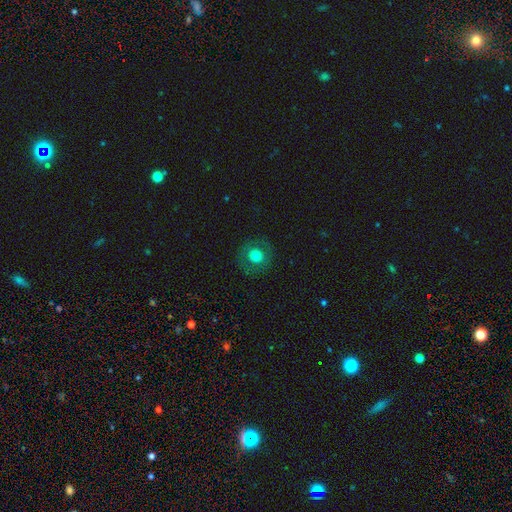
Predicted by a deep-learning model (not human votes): This appears to be a smooth galaxy with no disk features (66%) that is round (92%). Merging: none (86%).